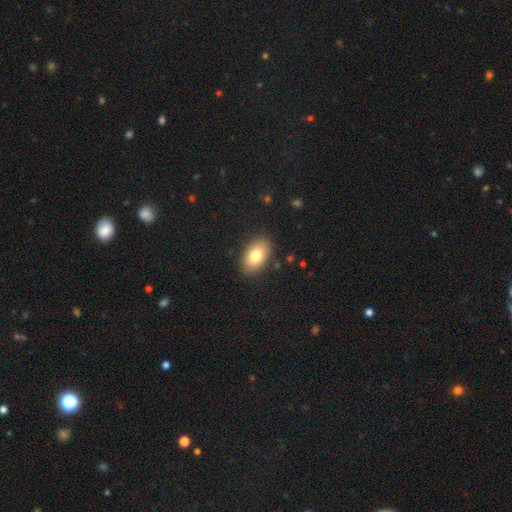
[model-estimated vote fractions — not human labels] Morphology: type=smooth (78%); roundness=in between (91%); merging=none (88%).